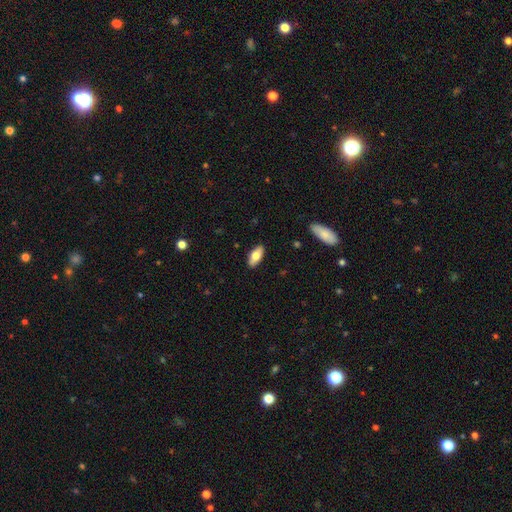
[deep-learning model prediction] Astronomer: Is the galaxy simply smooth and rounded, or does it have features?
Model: smooth — 73%.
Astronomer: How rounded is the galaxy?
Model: in between — 85%.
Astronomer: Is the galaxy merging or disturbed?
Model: none — 89%.